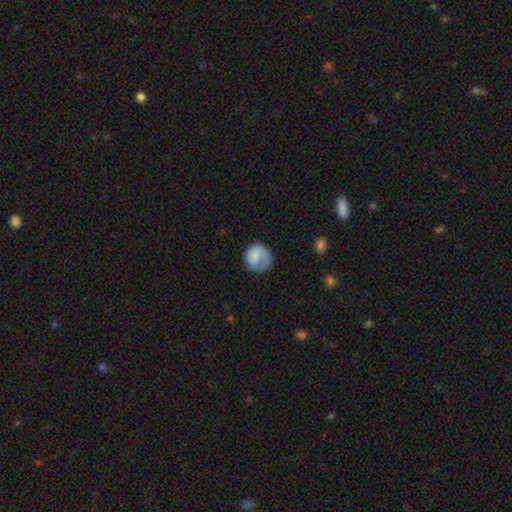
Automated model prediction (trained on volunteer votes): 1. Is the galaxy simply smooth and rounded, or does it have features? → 72% smooth, 21% featured or disk, 7% star or artifact.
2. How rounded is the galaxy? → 81% round, 18% in between, 1% cigar-shaped.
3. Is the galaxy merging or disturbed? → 52% none, 26% minor disturbance, 21% major disturbance, 2% merger.